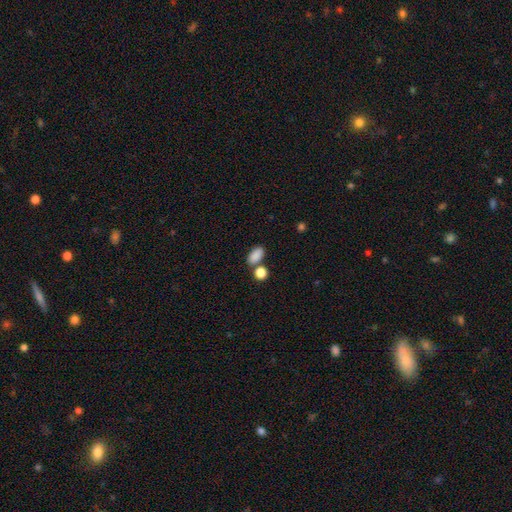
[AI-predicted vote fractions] smooth-or-featured: smooth: 86% | star or artifact: 9% | featured or disk: 5%
  how-rounded: in between: 88% | round: 9% | cigar-shaped: 3%
  merging: none: 66% | merger: 18% | minor disturbance: 12% | major disturbance: 4%